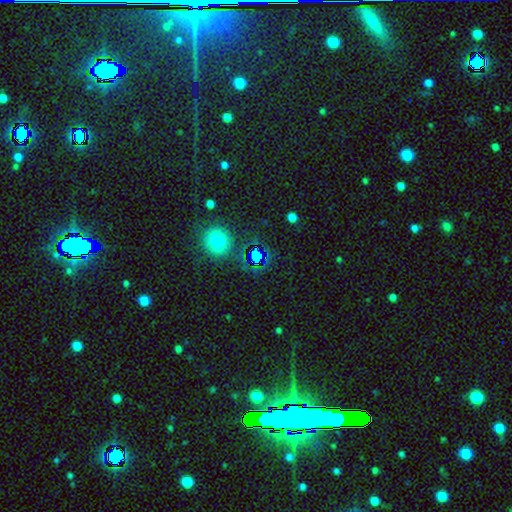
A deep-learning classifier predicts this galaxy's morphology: A star or artifact, not a galaxy (60%).

Vote fractions:
- Smooth or featured? star or artifact: 60% / smooth: 30% / featured or disk: 9%